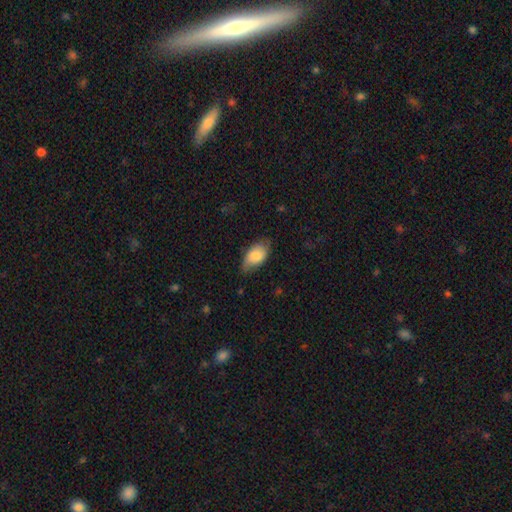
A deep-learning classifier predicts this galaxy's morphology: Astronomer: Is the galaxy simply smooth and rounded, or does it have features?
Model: smooth — 81%.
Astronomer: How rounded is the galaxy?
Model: in between — 93%.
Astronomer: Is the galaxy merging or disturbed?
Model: none — 66%.